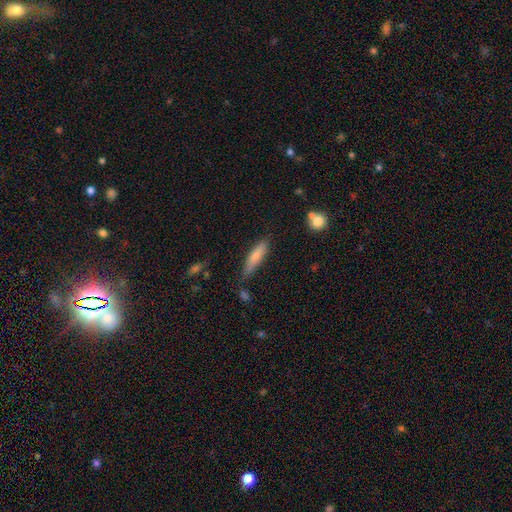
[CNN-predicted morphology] Smooth or featured: smooth — 76% (featured or disk — 18%)
How rounded: cigar-shaped — 72% (in between — 26%)
Merging: none — 72% (minor disturbance — 20%)